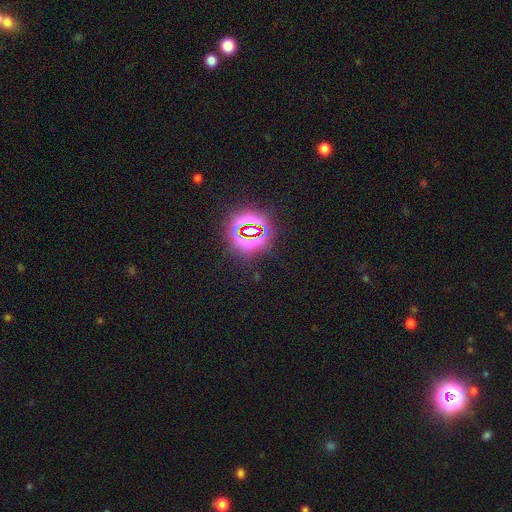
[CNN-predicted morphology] smooth-or-featured: star or artifact: 82% | smooth: 12% | featured or disk: 6%